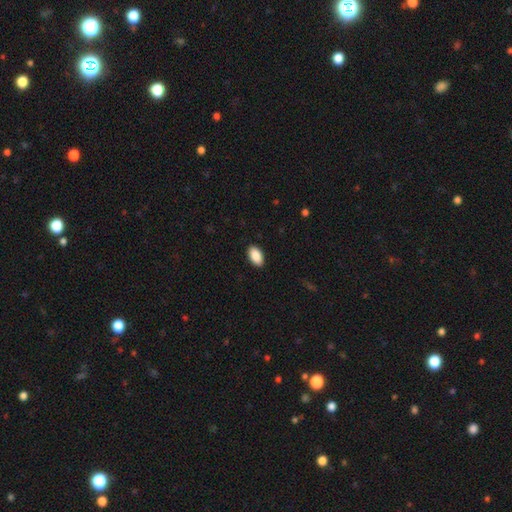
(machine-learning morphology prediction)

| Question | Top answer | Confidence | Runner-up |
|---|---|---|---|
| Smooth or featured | smooth | 90% | star or artifact (7%) |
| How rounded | in between | 95% | round (3%) |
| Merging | none | 90% | minor disturbance (7%) |